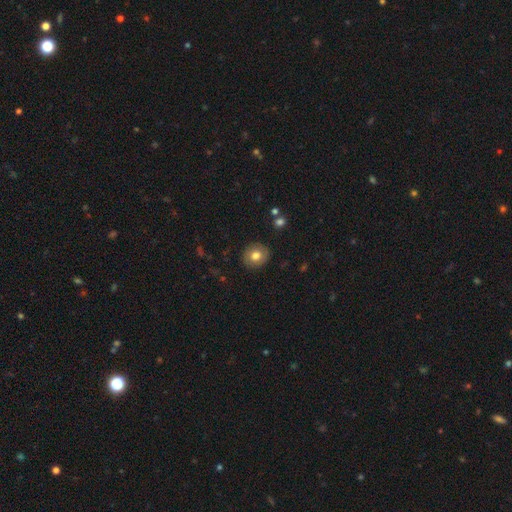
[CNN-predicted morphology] Smooth or featured?
  - smooth: 76% *
  - featured or disk: 15%
  - star or artifact: 9%
How rounded?
  - round: 83% *
  - in between: 16%
  - cigar-shaped: 1%
Merging?
  - none: 90% *
  - minor disturbance: 7%
  - major disturbance: 2%
  - merger: 1%